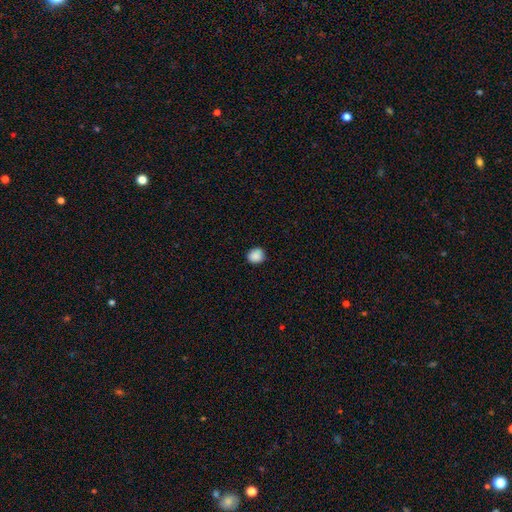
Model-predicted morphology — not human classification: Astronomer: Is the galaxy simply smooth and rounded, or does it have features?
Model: smooth — 89%.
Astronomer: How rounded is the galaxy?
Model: round — 81%.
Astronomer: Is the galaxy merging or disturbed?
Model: none — 89%.